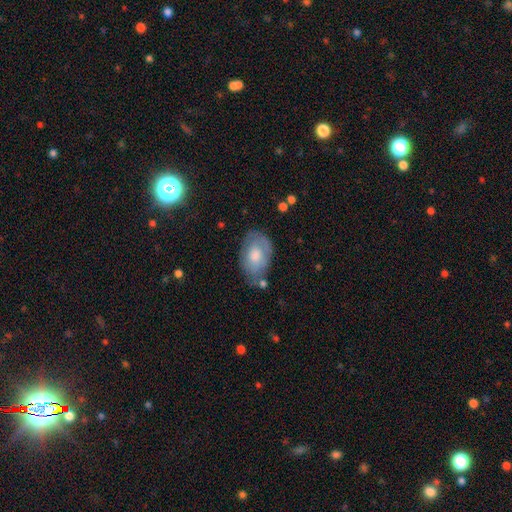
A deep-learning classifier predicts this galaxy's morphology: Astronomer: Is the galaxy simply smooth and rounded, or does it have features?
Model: smooth — 60%.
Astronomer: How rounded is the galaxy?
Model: in between — 88%.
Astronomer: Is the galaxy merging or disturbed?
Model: none — 58%.